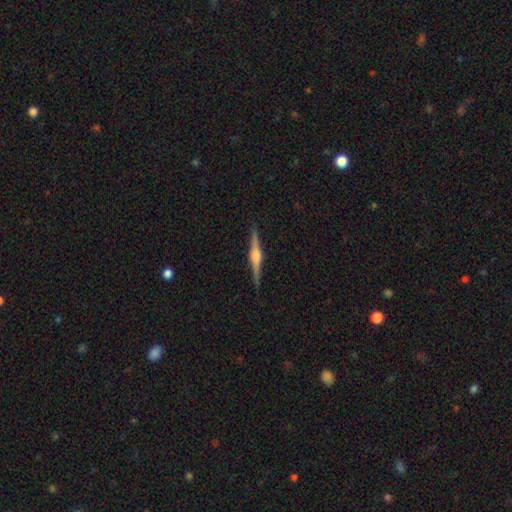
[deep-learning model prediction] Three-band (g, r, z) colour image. It shows a featured or disk galaxy (83%) viewed edge-on (98%) with a rounded central bulge (87%). Merging: none (91%).